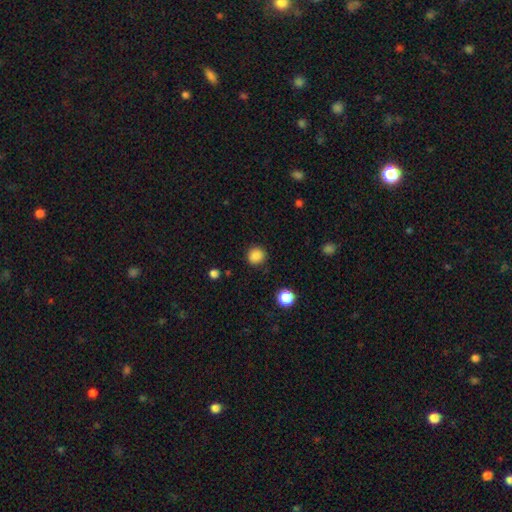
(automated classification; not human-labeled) This appears to be a smooth galaxy with no disk features (86%) that is round (90%). Merging: none (88%).